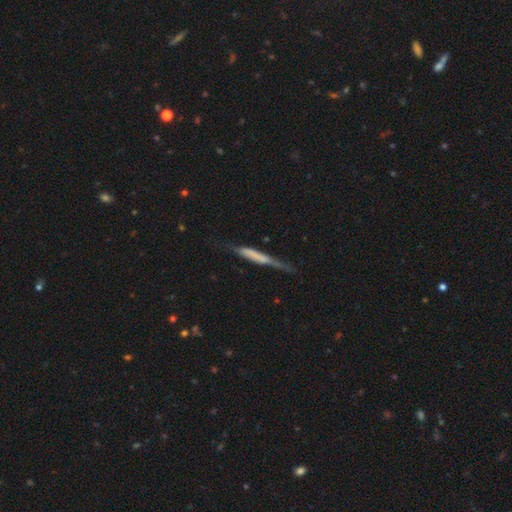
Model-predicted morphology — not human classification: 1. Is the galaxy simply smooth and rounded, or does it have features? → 49% featured or disk, 44% smooth, 7% star or artifact.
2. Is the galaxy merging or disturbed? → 56% none, 28% minor disturbance, 13% major disturbance, 3% merger.